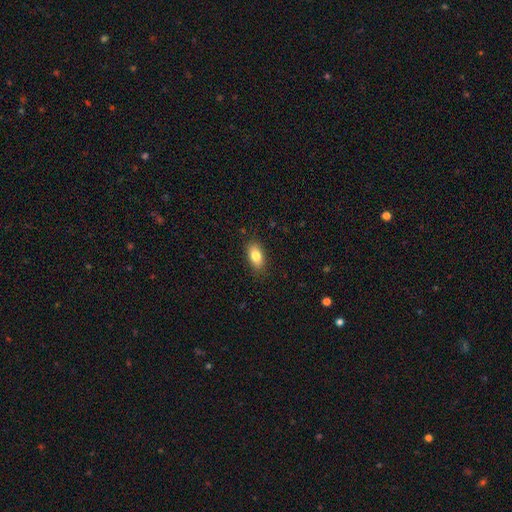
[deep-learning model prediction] Smooth or featured? smooth (83%)
How rounded? in between (89%)
Merging? none (86%)